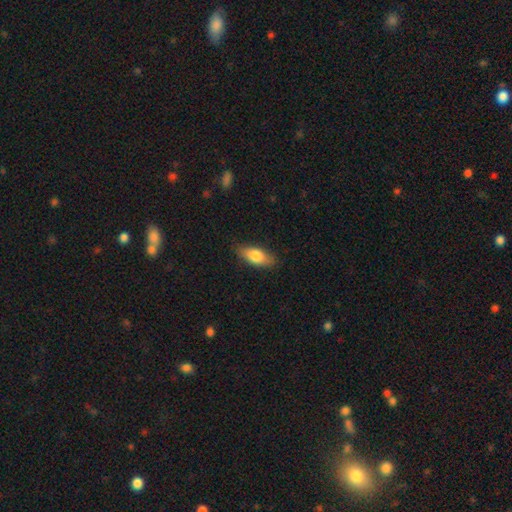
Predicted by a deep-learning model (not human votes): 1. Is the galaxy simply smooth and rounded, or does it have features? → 78% smooth, 16% featured or disk, 6% star or artifact.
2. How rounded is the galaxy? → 81% in between, 16% cigar-shaped, 3% round.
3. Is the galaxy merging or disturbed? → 83% none, 13% minor disturbance, 3% major disturbance, 1% merger.